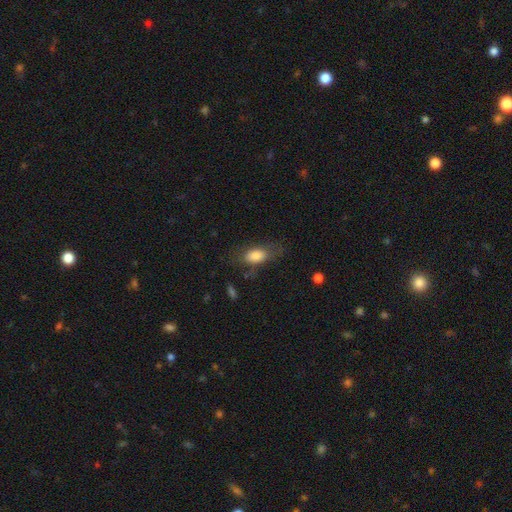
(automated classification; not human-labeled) The model was most divided on "merging": none: 60%, minor disturbance: 23%, major disturbance: 14%, merger: 2%. More confident: how rounded — in between (86%); smooth or featured — smooth (80%).